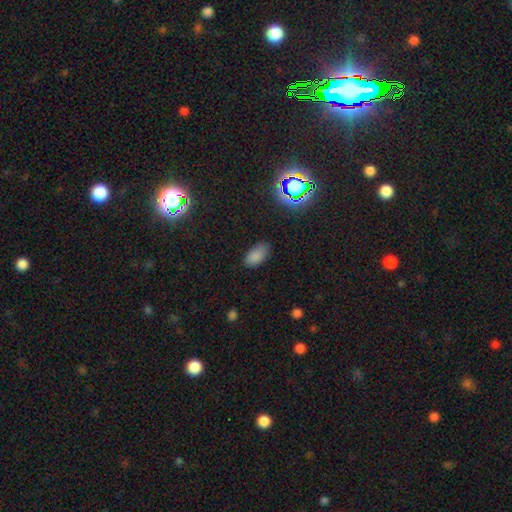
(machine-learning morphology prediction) The model was most divided on "merging": none: 79%, minor disturbance: 15%, major disturbance: 4%, merger: 1%. More confident: how rounded — in between (93%); smooth or featured — smooth (81%).